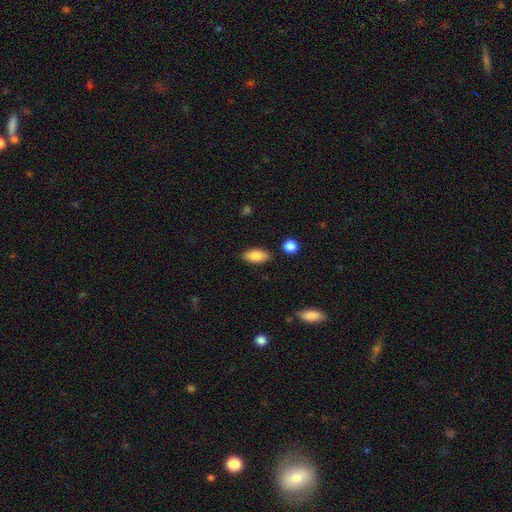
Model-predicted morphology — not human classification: Overall: smooth (84%). How rounded: in between (88%). Merging: none (84%).